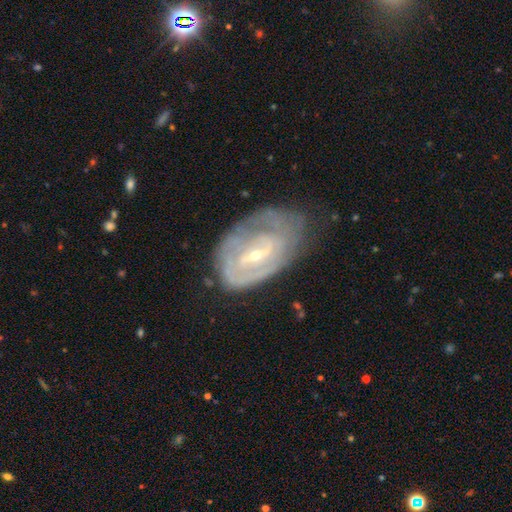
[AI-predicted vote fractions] This appears to be a featured or disk galaxy (79%) with a weak bar (45%), tight (61%) spiral arms (75%) and a small central bulge (73%). Merging: none (47%).